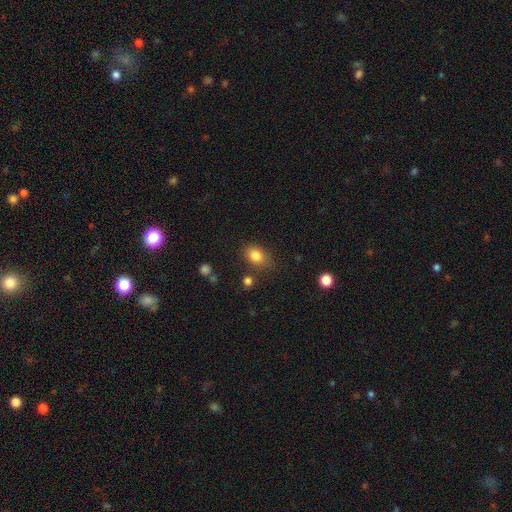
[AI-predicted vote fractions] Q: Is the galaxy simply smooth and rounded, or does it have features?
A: smooth — 82%.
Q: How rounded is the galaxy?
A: in between — 64%.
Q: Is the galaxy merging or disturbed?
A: none — 74%.